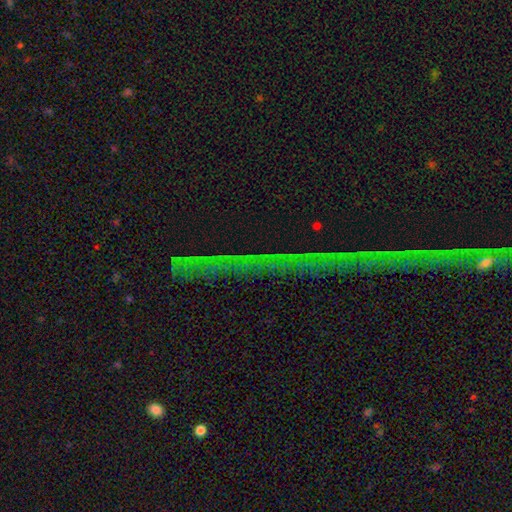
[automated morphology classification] The model was most divided on "smooth or featured": star or artifact: 75%, featured or disk: 14%, smooth: 11%.